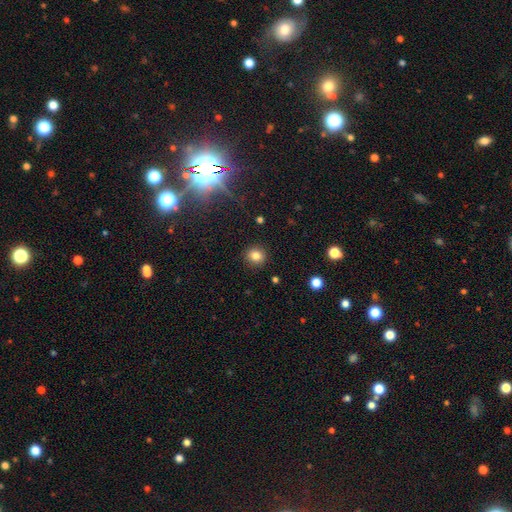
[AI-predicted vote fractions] This is clearly a smooth galaxy (82%). How rounded: clearly round (87%). Merging: clearly none (91%).